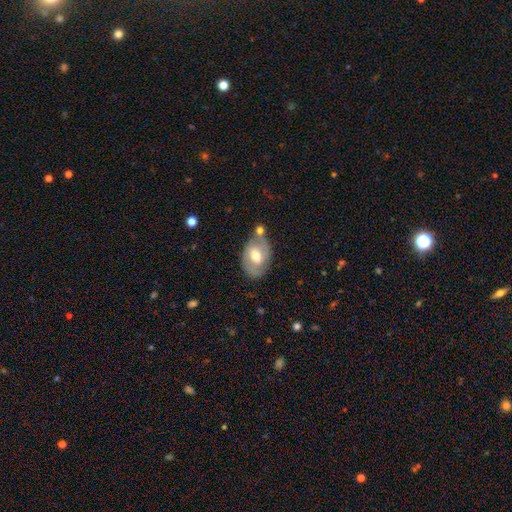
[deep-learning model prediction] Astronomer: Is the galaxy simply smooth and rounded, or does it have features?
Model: featured or disk — 51% (runner-up: smooth, 42%).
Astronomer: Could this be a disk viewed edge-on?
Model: no — 93%.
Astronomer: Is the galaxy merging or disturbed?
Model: none — 53%.